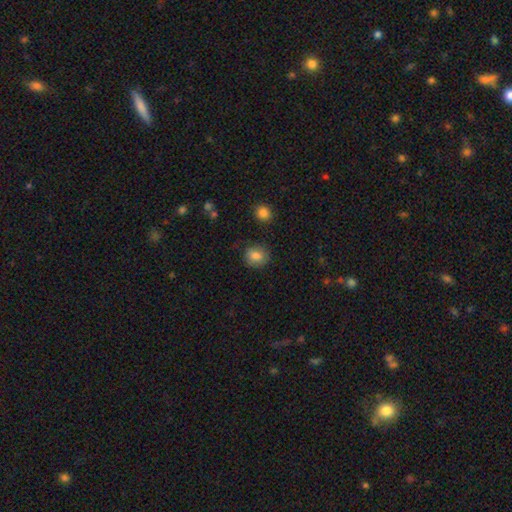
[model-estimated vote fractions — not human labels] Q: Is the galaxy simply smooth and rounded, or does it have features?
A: smooth — 83%.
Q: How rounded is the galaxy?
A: round — 74%.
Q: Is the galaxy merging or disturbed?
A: none — 82%.